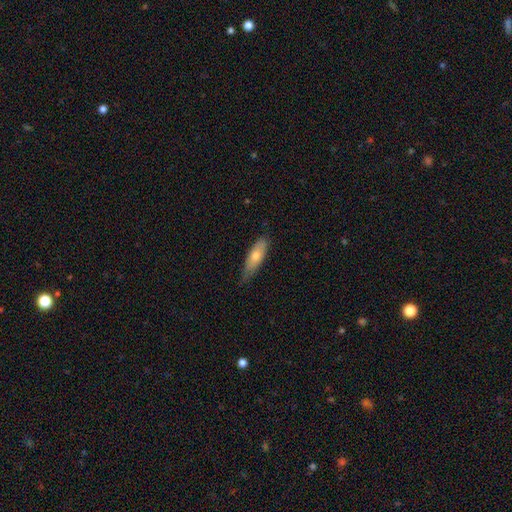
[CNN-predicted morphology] smooth 67%, featured or disk 27%, star or artifact 6%. Down the decision tree: how rounded — cigar-shaped (54%); merging — none (71%).